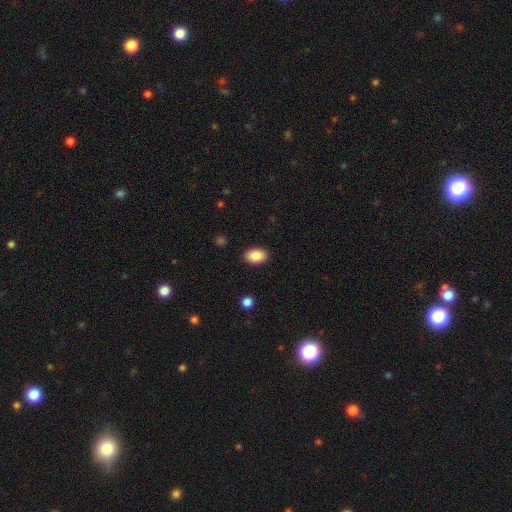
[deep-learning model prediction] smooth-or-featured: smooth: 88% | star or artifact: 7% | featured or disk: 5%
  how-rounded: in between: 88% | round: 11% | cigar-shaped: 1%
  merging: none: 89% | minor disturbance: 8% | major disturbance: 2% | merger: 1%